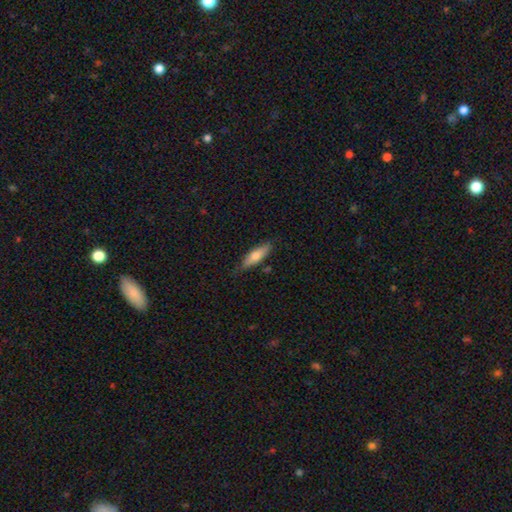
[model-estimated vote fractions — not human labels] A smooth galaxy with no disk features (67%) that is cigar-shaped (57%). Merging: none (80%).